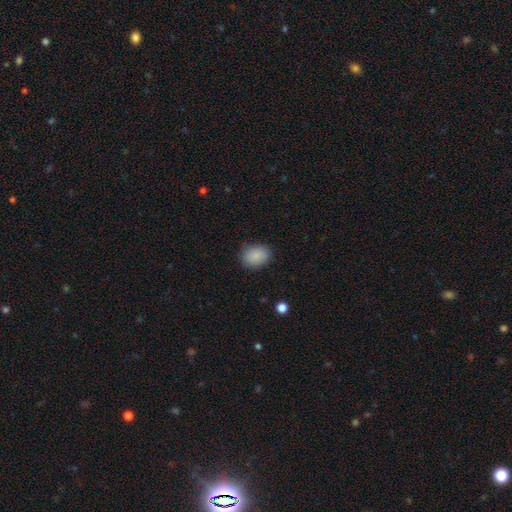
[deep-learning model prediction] Q: Smooth or featured?
A: smooth (88%); runner-up: star or artifact (8%)
Q: How rounded?
A: in between (55%); runner-up: round (44%)
Q: Merging?
A: none (83%); runner-up: minor disturbance (13%)